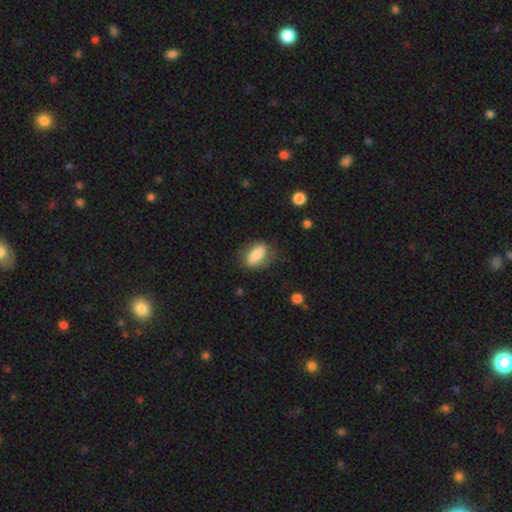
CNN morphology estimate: Smooth or featured? smooth (75%)
How rounded? in between (78%)
Merging? none (75%)